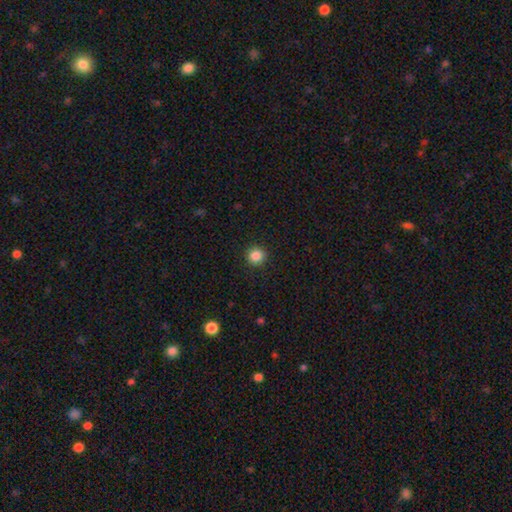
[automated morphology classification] Q: Smooth or featured?
A: smooth (86%); runner-up: star or artifact (11%)
Q: How rounded?
A: round (95%); runner-up: in between (4%)
Q: Merging?
A: none (93%); runner-up: minor disturbance (5%)